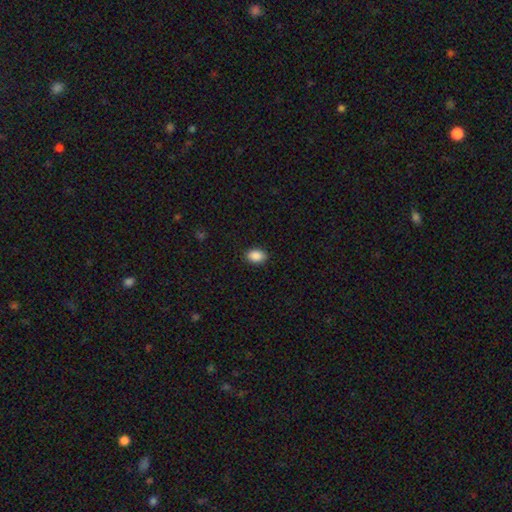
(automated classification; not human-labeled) Smooth or featured? Predicted: smooth (p=0.89). How rounded? Predicted: in between (p=0.79). Merging? Predicted: none (p=0.89).